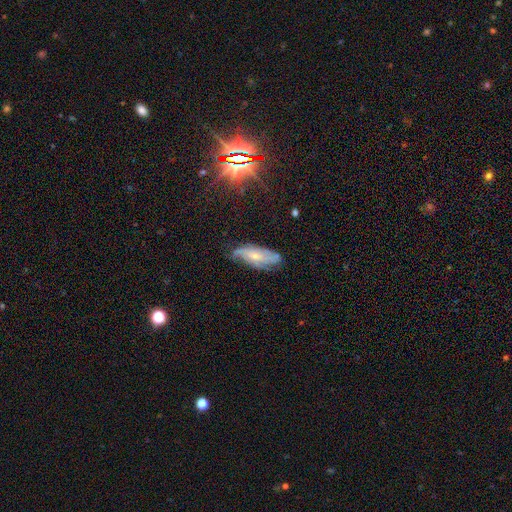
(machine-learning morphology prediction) A featured or disk galaxy (61%) with no bar (70%), spiral arms (85%) and a small central bulge (65%). Merging: none (60%).